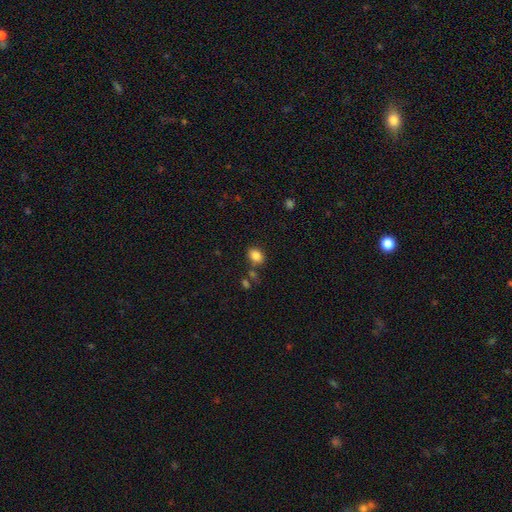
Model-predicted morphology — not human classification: A smooth galaxy with no disk features (84%) that is in between round and cigar-shaped (61%).

Vote fractions:
- Smooth or featured? smooth: 84% / star or artifact: 10% / featured or disk: 6%
- How rounded? in between: 61% / round: 38% / cigar-shaped: 1%
- Merging? none: 74% / minor disturbance: 14% / merger: 8% / major disturbance: 4%